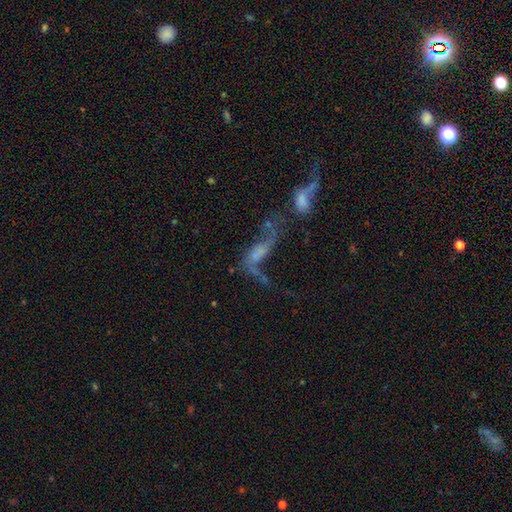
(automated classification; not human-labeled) featured or disk 64%, smooth 20%, star or artifact 16%. Down the decision tree: edge-on disk — no (87%); bar — no (59%); spiral arms — yes (68%); bulge size — none (44%); merging — merger (43%).